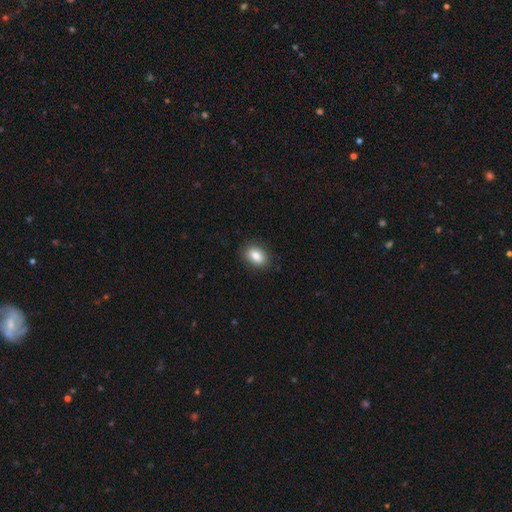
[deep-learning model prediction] The model was most divided on "how rounded": in between: 83%, round: 15%, cigar-shaped: 2%. More confident: merging — none (88%); smooth or featured — smooth (85%).